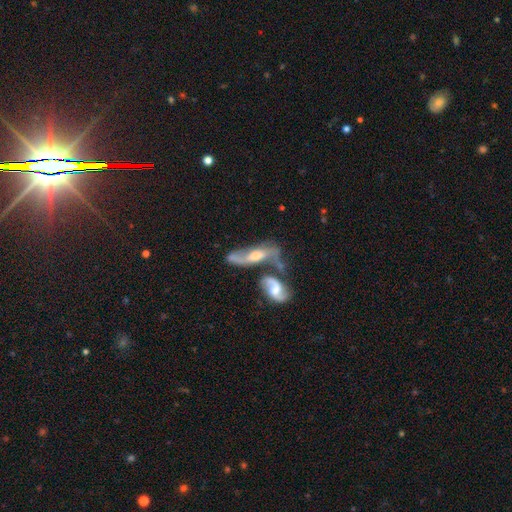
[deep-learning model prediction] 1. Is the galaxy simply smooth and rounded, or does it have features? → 78% featured or disk, 14% smooth, 7% star or artifact.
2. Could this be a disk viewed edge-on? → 83% no, 17% yes.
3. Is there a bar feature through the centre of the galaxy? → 44% no, 41% weak, 15% strong.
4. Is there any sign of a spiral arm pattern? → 90% yes, 10% no.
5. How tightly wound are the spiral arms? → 58% loose, 32% medium, 11% tight.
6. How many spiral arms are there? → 84% 2, 8% can't tell, 4% 1, 2% 3, 1% 4, 1% more than 4.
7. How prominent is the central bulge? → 57% moderate, 26% small, 10% large, 6% none, 2% dominant.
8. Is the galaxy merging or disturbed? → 53% merger, 24% none, 12% minor disturbance, 11% major disturbance.